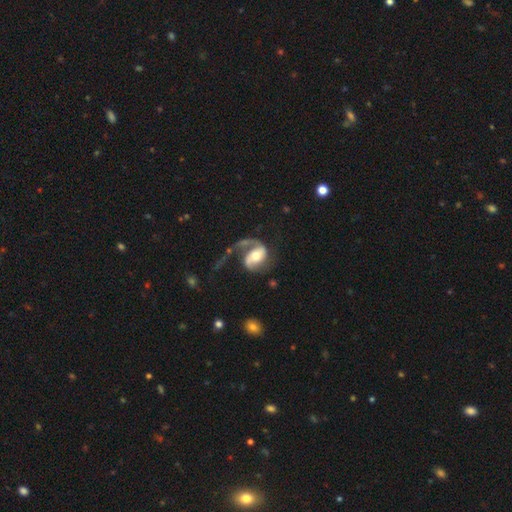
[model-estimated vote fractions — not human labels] Q: Smooth or featured?
A: featured or disk (82%); runner-up: smooth (13%)
Q: Edge-on disk?
A: no (97%); runner-up: yes (3%)
Q: Bar?
A: no (36%); tied with: weak (36%)
Q: Spiral arms?
A: yes (94%); runner-up: no (6%)
Q: Spiral winding?
A: loose (44%); runner-up: medium (40%)
Q: Spiral arm count?
A: 2 (60%); runner-up: 1 (35%)
Q: Bulge size?
A: moderate (63%); runner-up: small (18%)
Q: Merging?
A: none (41%); runner-up: major disturbance (38%)